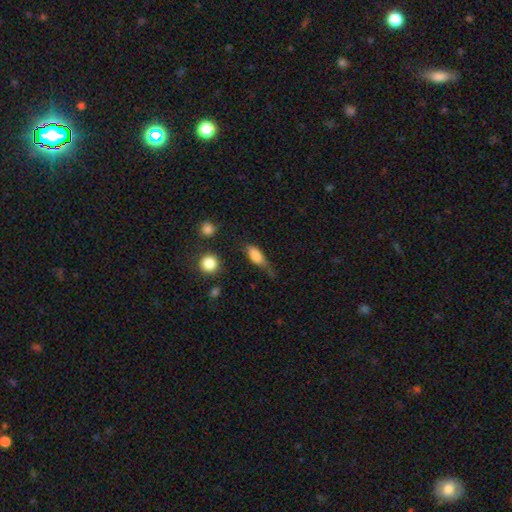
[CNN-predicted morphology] smooth-or-featured: smooth: 76% | featured or disk: 16% | star or artifact: 8%
  how-rounded: in between: 69% | cigar-shaped: 24% | round: 7%
  merging: minor disturbance: 38% | none: 36% | major disturbance: 22% | merger: 4%